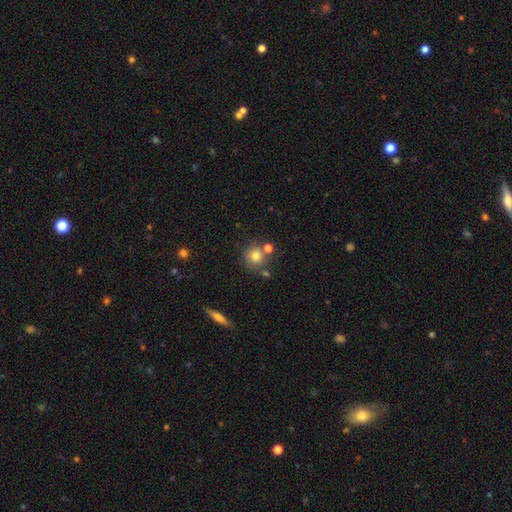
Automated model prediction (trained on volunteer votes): Smooth or featured?
  - smooth: 77% *
  - star or artifact: 13%
  - featured or disk: 11%
How rounded?
  - round: 91% *
  - in between: 8%
  - cigar-shaped: 1%
Merging?
  - none: 68% *
  - merger: 18%
  - minor disturbance: 10%
  - major disturbance: 4%